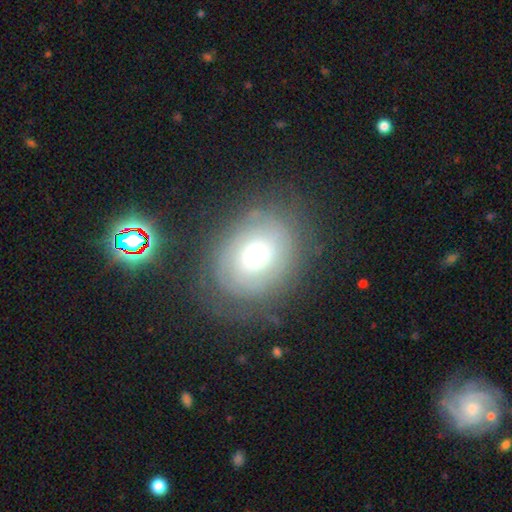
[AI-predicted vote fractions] Morphology: type=featured or disk (50%); edge-on=no (95%); merging=none (72%).